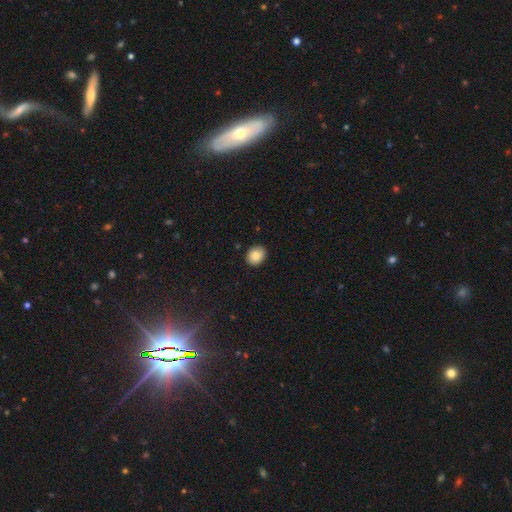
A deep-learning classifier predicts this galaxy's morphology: A smooth galaxy with no disk features (87%) that is round (57%). Merging: none (89%).